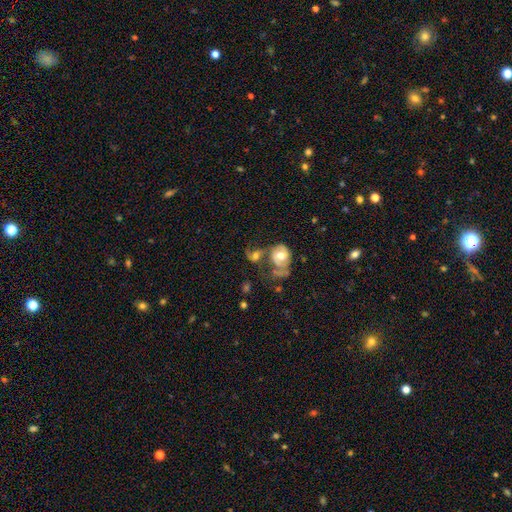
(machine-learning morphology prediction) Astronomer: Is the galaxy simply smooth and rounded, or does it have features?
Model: featured or disk — 50% (runner-up: smooth, 41%).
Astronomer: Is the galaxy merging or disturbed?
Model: merger — 48%.